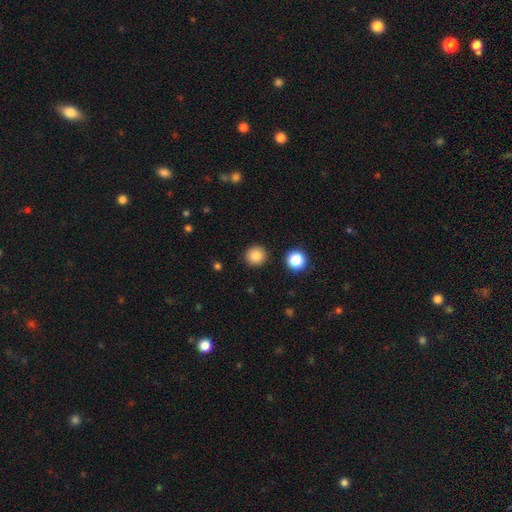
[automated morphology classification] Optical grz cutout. It shows a smooth galaxy with no disk features (84%) that is round (93%). Merging: none (91%).